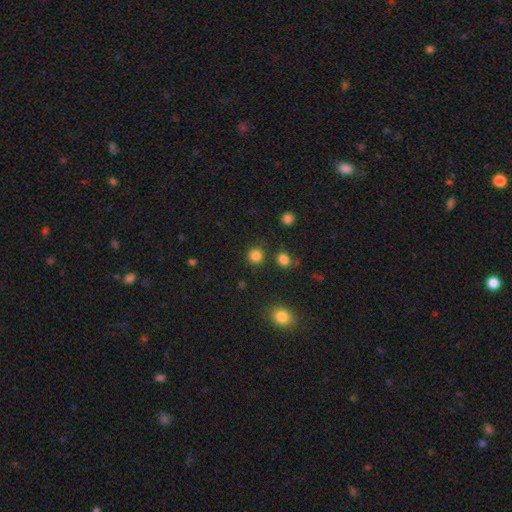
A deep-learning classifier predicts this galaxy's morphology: Overall: smooth (83%). How rounded: round (92%). Merging: none (85%).